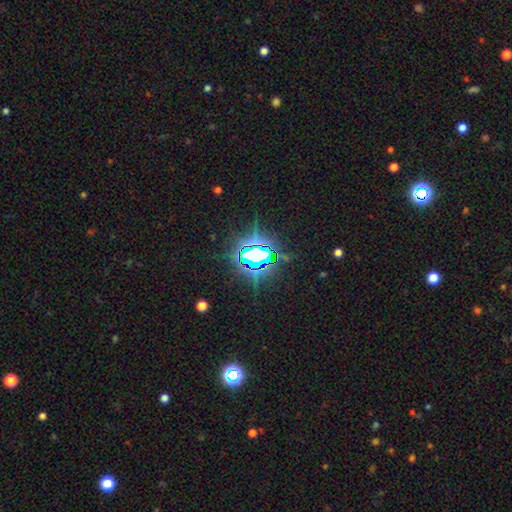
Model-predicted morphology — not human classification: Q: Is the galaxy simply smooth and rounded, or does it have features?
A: star or artifact — 78%.